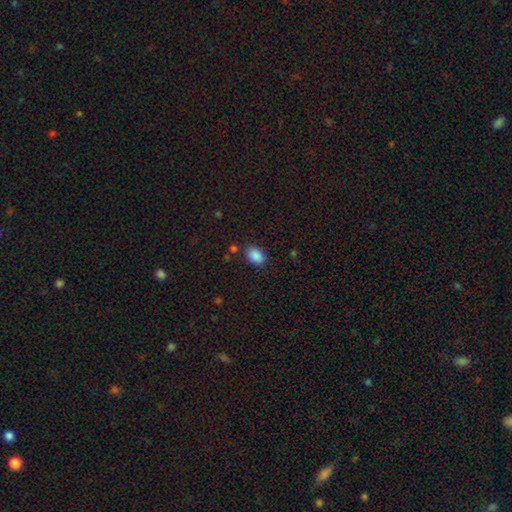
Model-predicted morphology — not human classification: smooth-or-featured: smooth: 88% | star or artifact: 8% | featured or disk: 3%
  how-rounded: in between: 82% | round: 17% | cigar-shaped: 1%
  merging: none: 82% | minor disturbance: 12% | major disturbance: 3% | merger: 3%